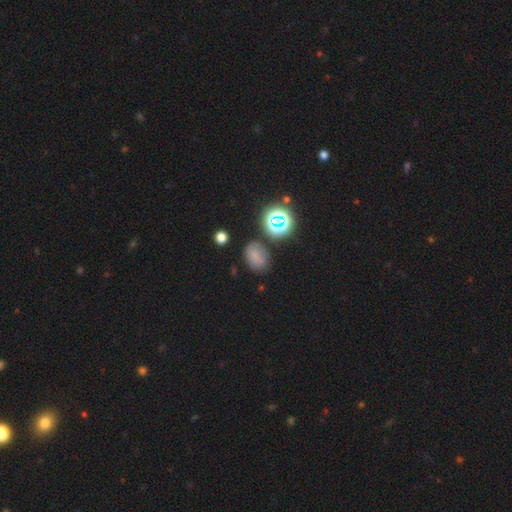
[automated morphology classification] Smooth or featured?
  - smooth: 64% *
  - star or artifact: 22%
  - featured or disk: 14%
How rounded?
  - in between: 67% *
  - round: 31%
  - cigar-shaped: 1%
Merging?
  - none: 71% *
  - minor disturbance: 19%
  - major disturbance: 6%
  - merger: 4%